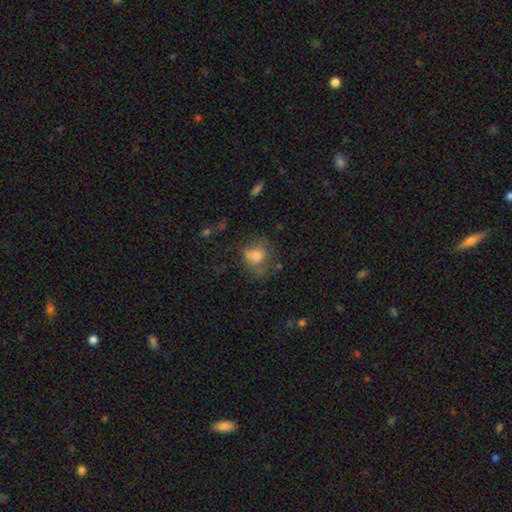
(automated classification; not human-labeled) Overall: smooth (60%; featured or disk 27%). How rounded: round (67%; in between 32%). Merging: none (45%; minor disturbance 24%).